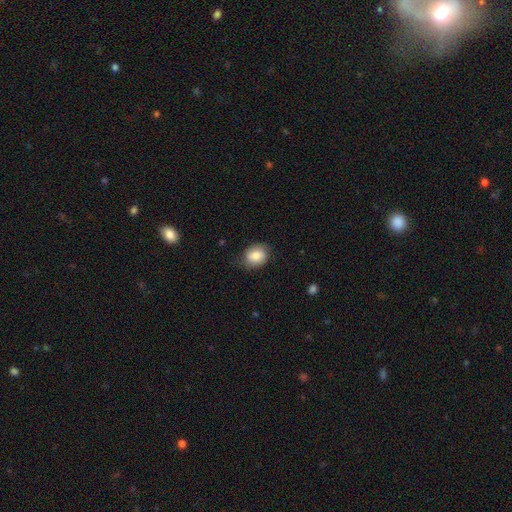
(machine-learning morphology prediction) The model was most divided on "how rounded": round: 54%, in between: 45%, cigar-shaped: 1%. More confident: smooth or featured — smooth (77%); merging — none (71%).